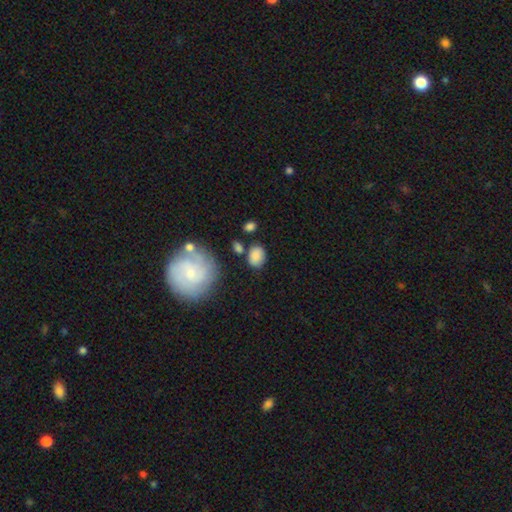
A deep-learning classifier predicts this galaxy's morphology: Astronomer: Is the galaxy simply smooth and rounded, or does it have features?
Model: smooth — 80%.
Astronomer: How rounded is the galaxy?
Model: in between — 68%.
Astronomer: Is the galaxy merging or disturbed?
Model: none — 69%.